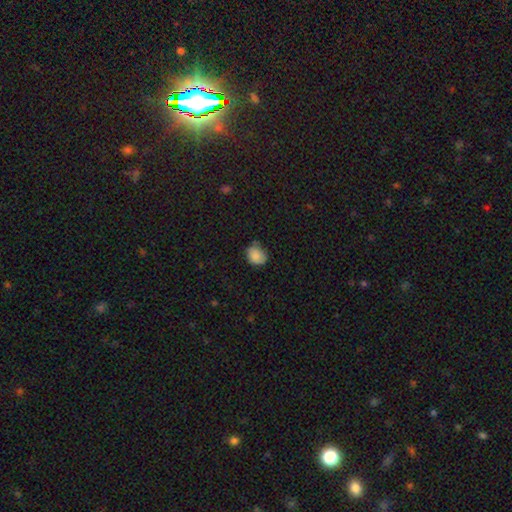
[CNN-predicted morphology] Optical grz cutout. It shows a smooth galaxy with no disk features (84%) that is round (53%). Merging: none (57%).